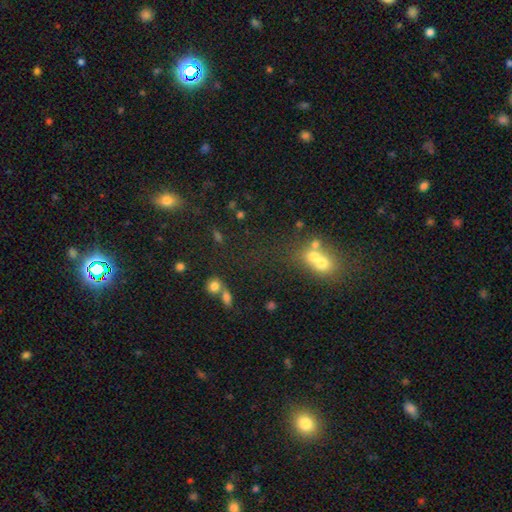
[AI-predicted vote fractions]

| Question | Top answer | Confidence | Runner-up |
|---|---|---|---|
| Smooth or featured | smooth | 49% | star or artifact (37%) |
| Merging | merger | 42% | none (40%) |